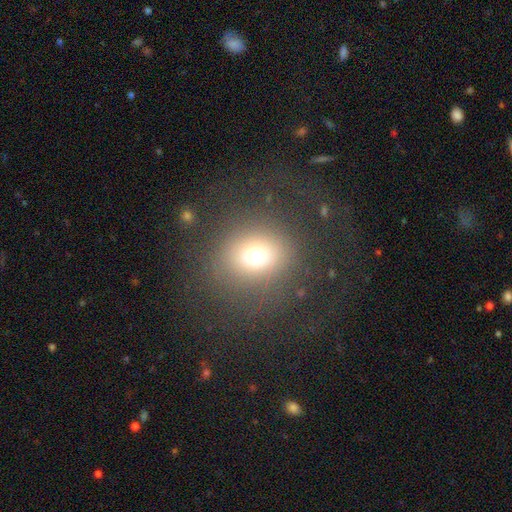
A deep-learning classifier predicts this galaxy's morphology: A smooth galaxy with no disk features (69%) that is round (79%).

Vote fractions:
- Smooth or featured? smooth: 69% / star or artifact: 20% / featured or disk: 11%
- How rounded? round: 79% / in between: 20% / cigar-shaped: 1%
- Merging? none: 80% / minor disturbance: 10% / major disturbance: 9% / merger: 2%